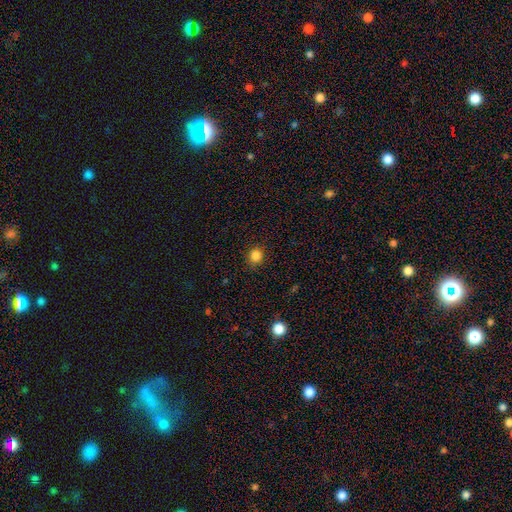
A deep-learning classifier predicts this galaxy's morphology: type=smooth (84%); roundness=round (85%); merging=none (88%).